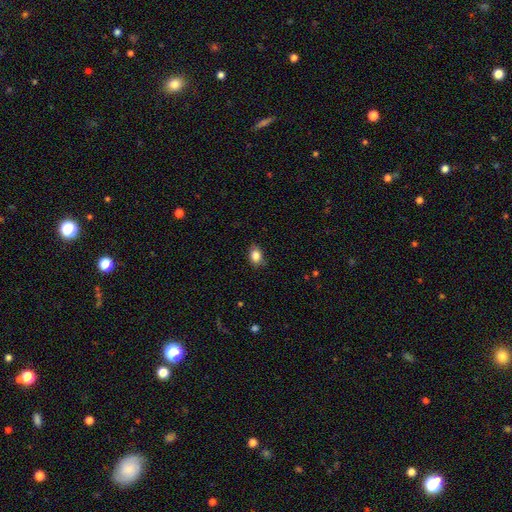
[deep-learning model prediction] The model was most divided on "how rounded": in between: 74%, round: 25%, cigar-shaped: 1%. More confident: smooth or featured — smooth (85%); merging — none (81%).